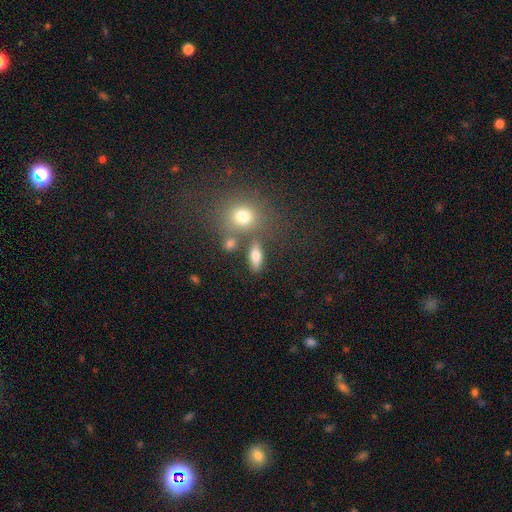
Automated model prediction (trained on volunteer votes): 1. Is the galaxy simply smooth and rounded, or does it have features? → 70% smooth, 19% featured or disk, 11% star or artifact.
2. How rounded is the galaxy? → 61% in between, 25% cigar-shaped, 14% round.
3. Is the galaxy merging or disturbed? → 73% none, 11% minor disturbance, 11% merger, 5% major disturbance.